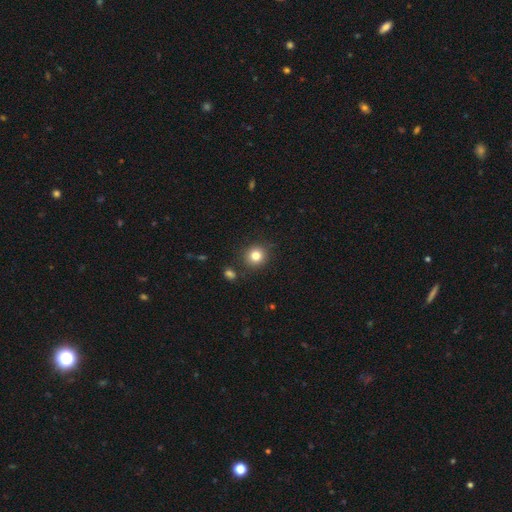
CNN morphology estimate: This is clearly a smooth galaxy (81%). How rounded: clearly round (89%). Merging: clearly none (86%).